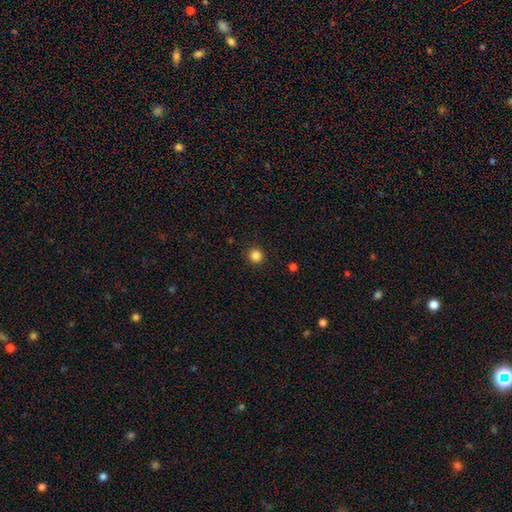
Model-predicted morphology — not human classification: The model was most divided on "smooth or featured": smooth: 85%, star or artifact: 12%, featured or disk: 3%. More confident: how rounded — round (93%); merging — none (92%).